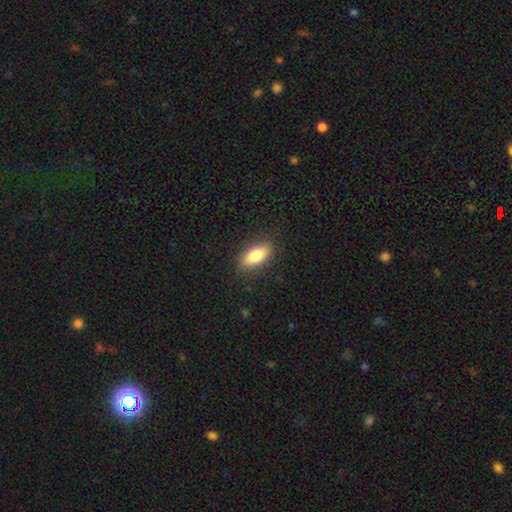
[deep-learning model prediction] This is clearly a smooth galaxy (80%). How rounded: clearly in between (86%). Merging: clearly none (88%).